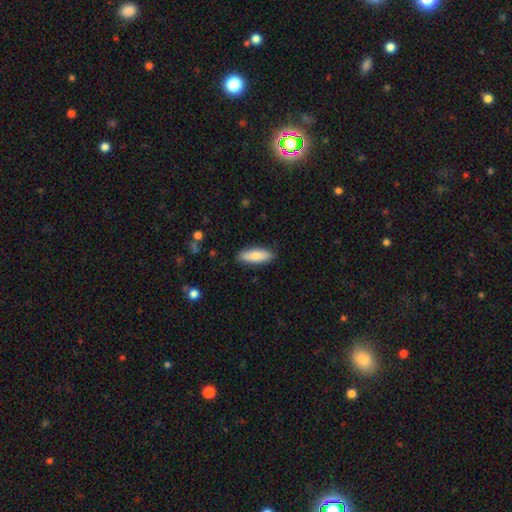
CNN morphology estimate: Smooth or featured: smooth — 81% (featured or disk — 13%)
How rounded: in between — 59% (cigar-shaped — 40%)
Merging: none — 87% (minor disturbance — 10%)